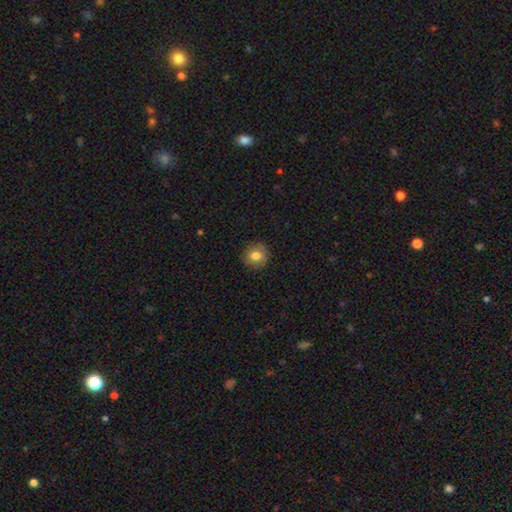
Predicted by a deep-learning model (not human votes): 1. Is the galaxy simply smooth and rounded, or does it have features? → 79% smooth, 11% featured or disk, 10% star or artifact.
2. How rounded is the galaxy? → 90% round, 9% in between, 1% cigar-shaped.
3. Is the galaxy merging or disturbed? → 88% none, 9% minor disturbance, 2% major disturbance, 1% merger.